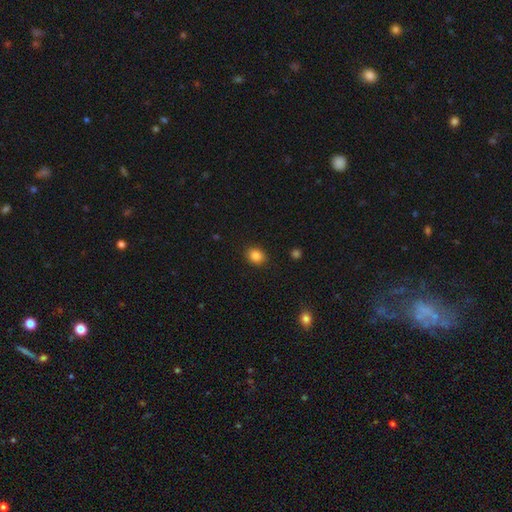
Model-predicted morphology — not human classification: Q: Smooth or featured?
A: smooth (85%); runner-up: star or artifact (10%)
Q: How rounded?
A: round (60%); runner-up: in between (39%)
Q: Merging?
A: none (89%); runner-up: minor disturbance (8%)